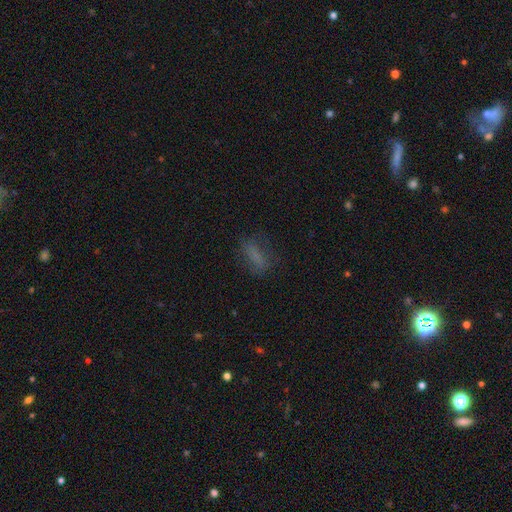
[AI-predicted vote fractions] Q: Smooth or featured?
A: smooth (70%); runner-up: star or artifact (16%)
Q: How rounded?
A: in between (56%); runner-up: cigar-shaped (39%)
Q: Merging?
A: none (69%); runner-up: minor disturbance (18%)